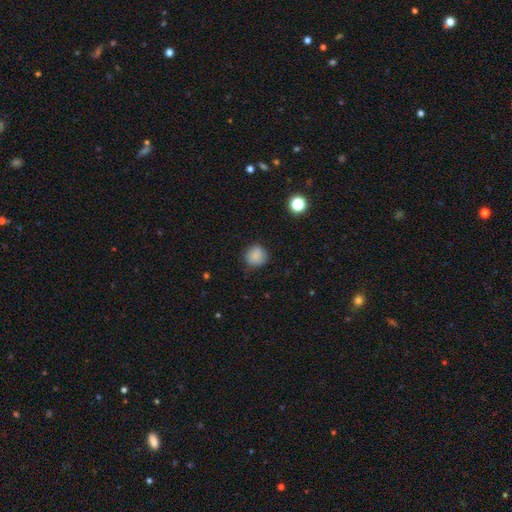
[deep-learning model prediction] A smooth galaxy with no disk features (84%) that is round (88%). Merging: none (80%).